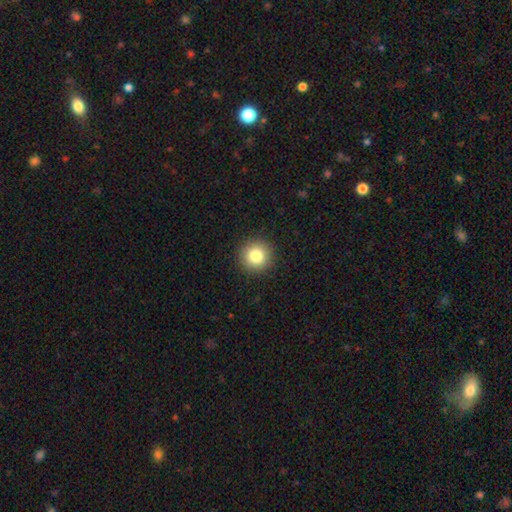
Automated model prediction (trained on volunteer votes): Smooth or featured?
  - smooth: 82% *
  - star or artifact: 11%
  - featured or disk: 7%
How rounded?
  - round: 94% *
  - in between: 5%
  - cigar-shaped: 1%
Merging?
  - none: 92% *
  - minor disturbance: 5%
  - major disturbance: 2%
  - merger: 1%